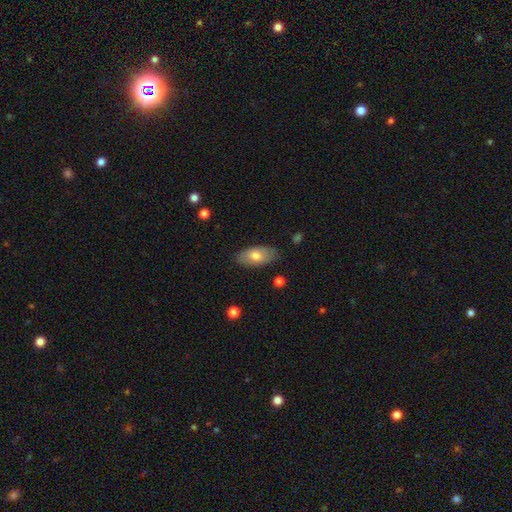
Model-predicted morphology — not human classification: smooth_or_featured: smooth (p=0.72) [alt: featured or disk p=0.22]
how_rounded: in between (p=0.93) [alt: cigar-shaped p=0.04]
merging: none (p=0.80) [alt: minor disturbance p=0.15]